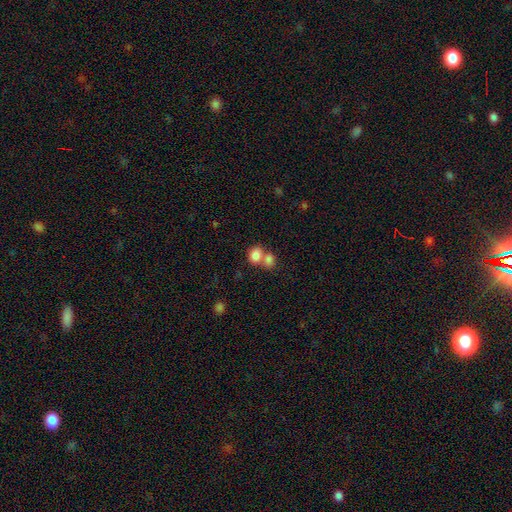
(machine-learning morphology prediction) This appears to be a smooth galaxy with no disk features (83%) that is in between round and cigar-shaped (54%). Merging: merger (57%).